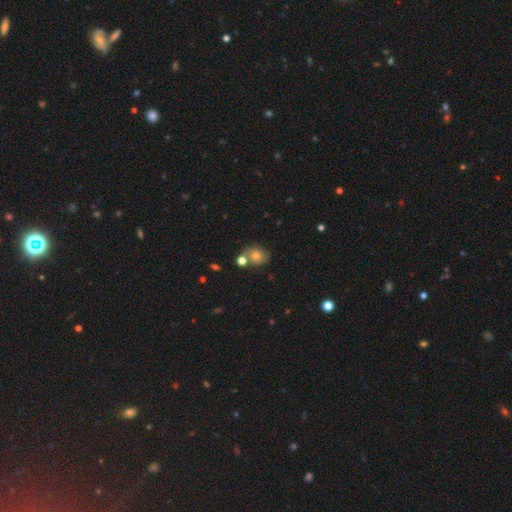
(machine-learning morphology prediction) The model was most divided on "how rounded": round: 56%, in between: 42%, cigar-shaped: 1%. More confident: smooth or featured — smooth (69%); merging — none (60%).